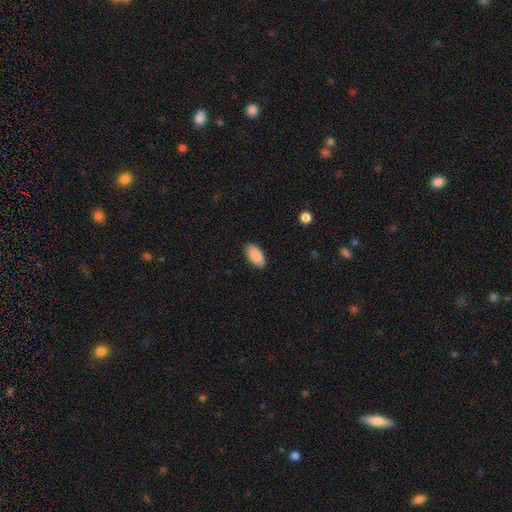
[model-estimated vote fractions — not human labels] A smooth galaxy with no disk features (90%) that is in between round and cigar-shaped (95%).

Vote fractions:
- Smooth or featured? smooth: 90% / star or artifact: 6% / featured or disk: 4%
- How rounded? in between: 95% / cigar-shaped: 3% / round: 2%
- Merging? none: 88% / minor disturbance: 9% / major disturbance: 2% / merger: 1%